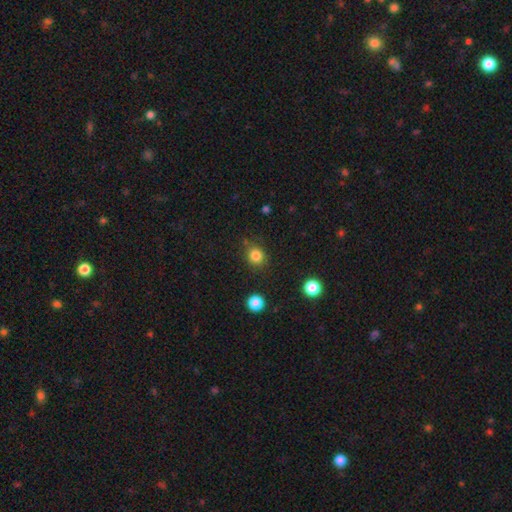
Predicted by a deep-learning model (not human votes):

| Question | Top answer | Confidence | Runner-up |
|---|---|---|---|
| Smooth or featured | smooth | 83% | star or artifact (13%) |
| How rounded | round | 81% | in between (18%) |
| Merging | none | 81% | minor disturbance (12%) |